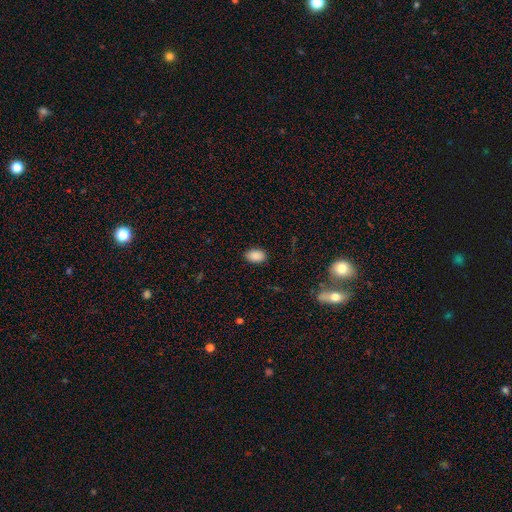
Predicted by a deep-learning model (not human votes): This appears to be a smooth galaxy with no disk features (89%) that is in between round and cigar-shaped (88%). Merging: none (87%).